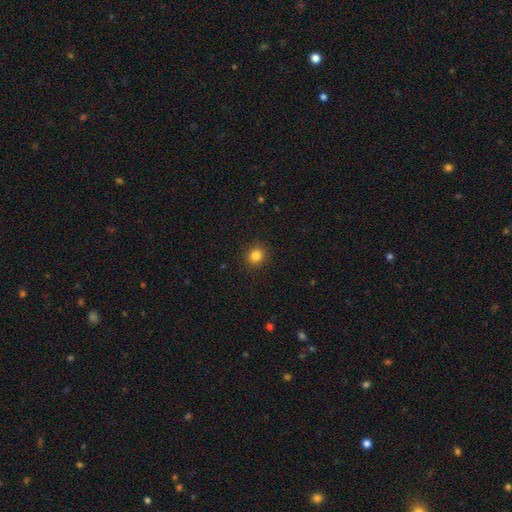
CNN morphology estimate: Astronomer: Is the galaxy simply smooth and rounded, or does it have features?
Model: smooth — 83%.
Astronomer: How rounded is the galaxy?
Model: round — 81%.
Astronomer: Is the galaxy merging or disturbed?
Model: none — 91%.